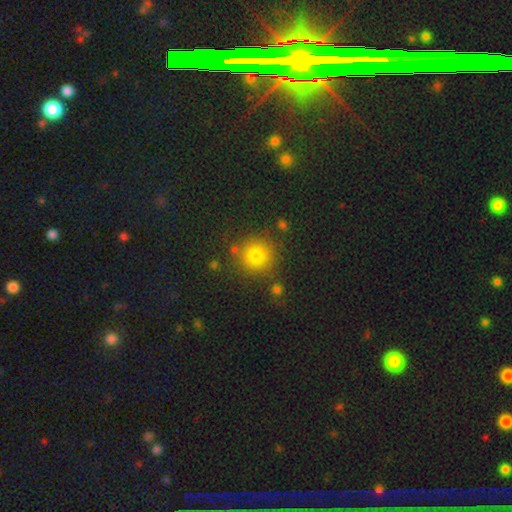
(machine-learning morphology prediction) Smooth or featured? Predicted: smooth (p=0.77). How rounded? Predicted: round (p=0.93). Merging? Predicted: none (p=0.82).